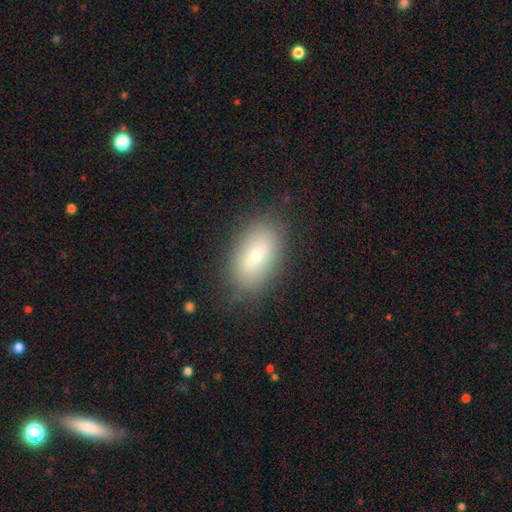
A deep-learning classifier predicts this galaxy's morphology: smooth-or-featured: smooth: 69% | featured or disk: 22% | star or artifact: 9%
  how-rounded: in between: 90% | round: 6% | cigar-shaped: 3%
  merging: none: 83% | minor disturbance: 12% | major disturbance: 4% | merger: 1%